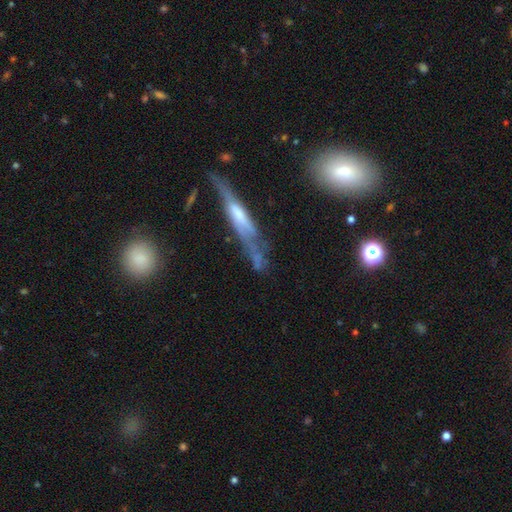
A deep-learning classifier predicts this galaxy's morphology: Smooth or featured? Predicted: featured or disk (p=0.61). Edge-on disk? Predicted: yes (p=0.67). Merging? Predicted: none (p=0.53).